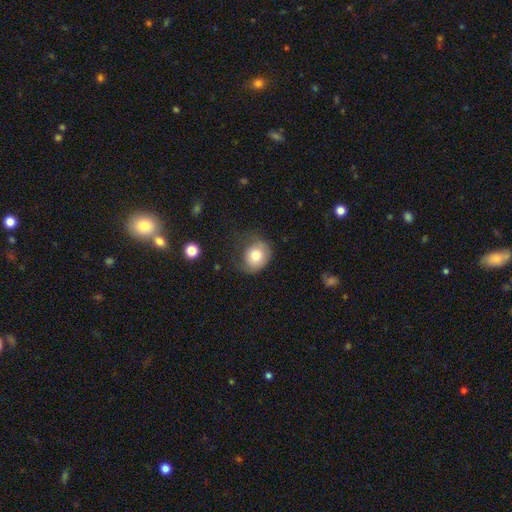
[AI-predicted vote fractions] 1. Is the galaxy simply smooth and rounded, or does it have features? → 75% smooth, 17% featured or disk, 9% star or artifact.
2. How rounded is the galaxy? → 67% round, 33% in between, 1% cigar-shaped.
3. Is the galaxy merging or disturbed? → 45% none, 31% minor disturbance, 22% major disturbance, 2% merger.